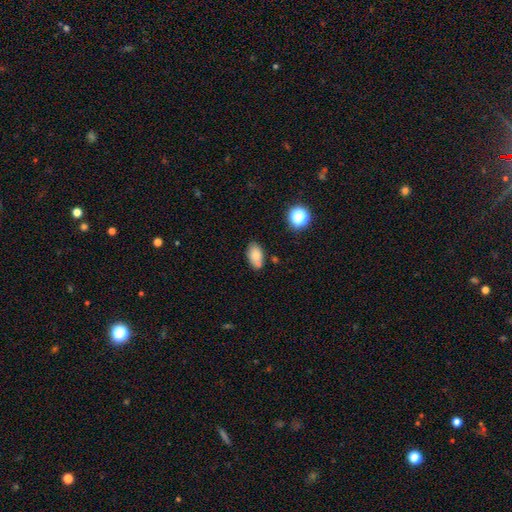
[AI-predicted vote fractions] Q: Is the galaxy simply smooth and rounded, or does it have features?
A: smooth — 78%.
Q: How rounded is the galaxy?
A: in between — 89%.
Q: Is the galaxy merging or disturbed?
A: none — 64%.